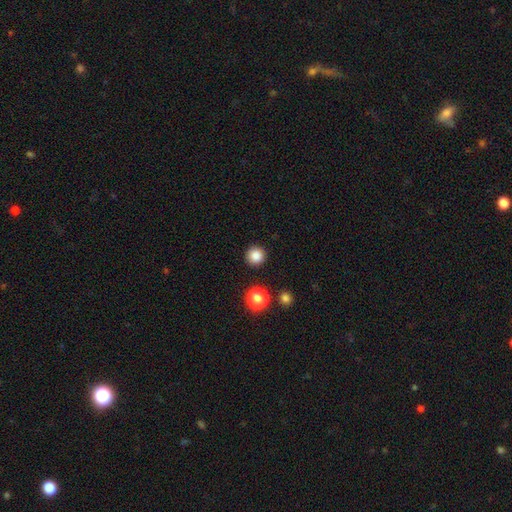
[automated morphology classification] Smooth or featured?
  - smooth: 85% *
  - star or artifact: 11%
  - featured or disk: 4%
How rounded?
  - round: 95% *
  - in between: 4%
  - cigar-shaped: 1%
Merging?
  - none: 91% *
  - minor disturbance: 5%
  - major disturbance: 2%
  - merger: 2%